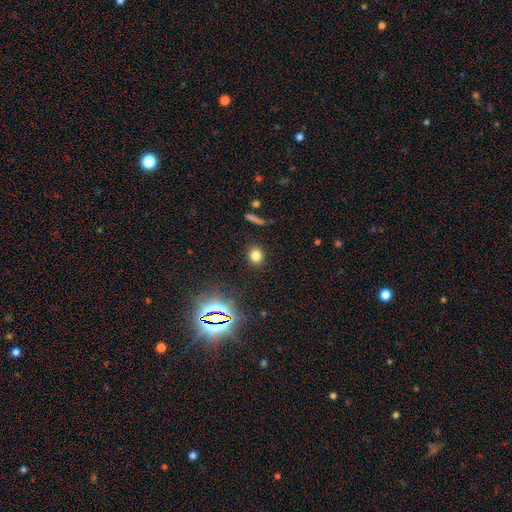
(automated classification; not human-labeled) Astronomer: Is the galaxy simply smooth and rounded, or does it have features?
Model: smooth — 75%.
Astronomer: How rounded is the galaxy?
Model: round — 73%.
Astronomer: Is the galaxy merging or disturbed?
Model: none — 89%.